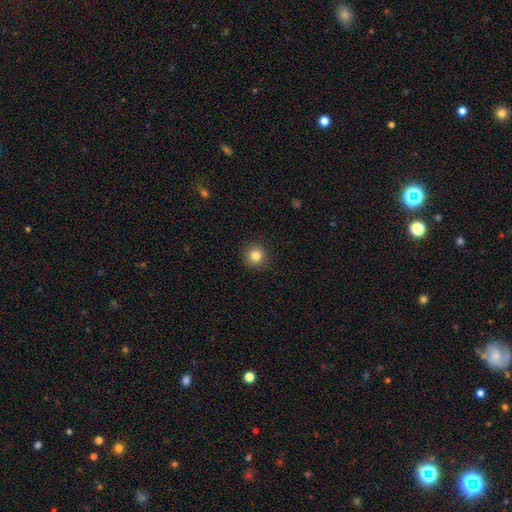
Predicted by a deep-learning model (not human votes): Smooth or featured? smooth (83%)
How rounded? round (95%)
Merging? none (92%)